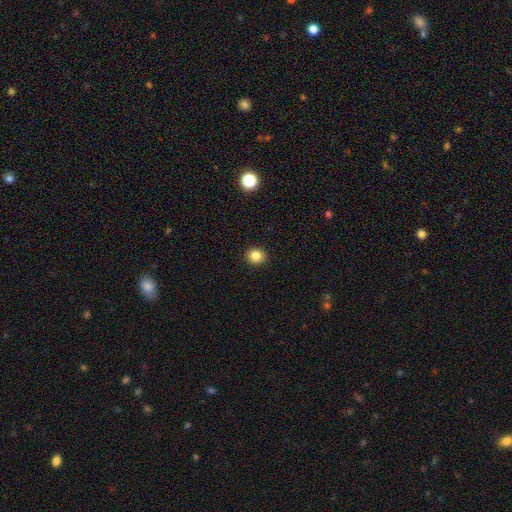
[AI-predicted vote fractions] Morphology: type=smooth (83%); roundness=round (77%); merging=none (92%).